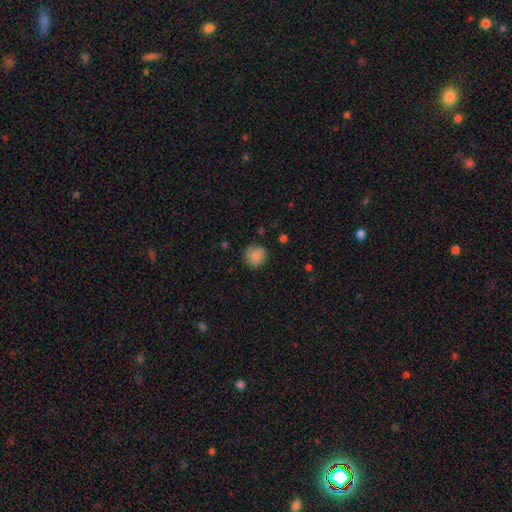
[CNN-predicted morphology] Smooth or featured?
  - smooth: 85% *
  - star or artifact: 9%
  - featured or disk: 6%
How rounded?
  - round: 88% *
  - in between: 11%
  - cigar-shaped: 1%
Merging?
  - none: 78% *
  - minor disturbance: 16%
  - major disturbance: 4%
  - merger: 2%